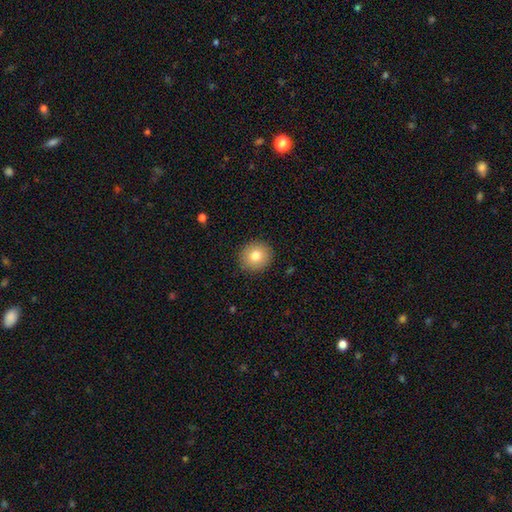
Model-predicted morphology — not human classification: This is likely a smooth galaxy (79%). How rounded: clearly round (90%). Merging: clearly none (91%).